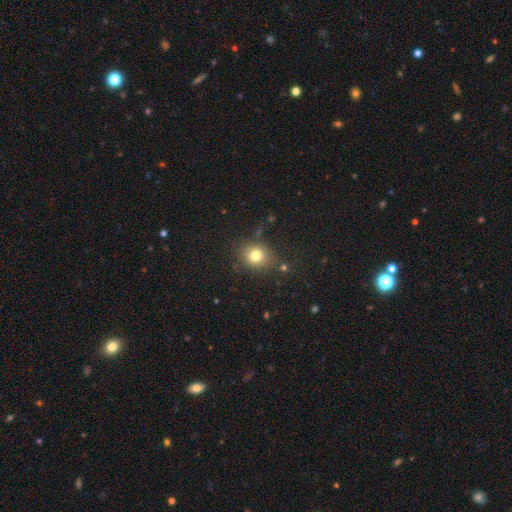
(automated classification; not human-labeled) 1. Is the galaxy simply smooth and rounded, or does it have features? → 78% smooth, 14% star or artifact, 8% featured or disk.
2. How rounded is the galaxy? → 74% round, 25% in between, 1% cigar-shaped.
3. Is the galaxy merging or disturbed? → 79% none, 13% minor disturbance, 4% major disturbance, 4% merger.